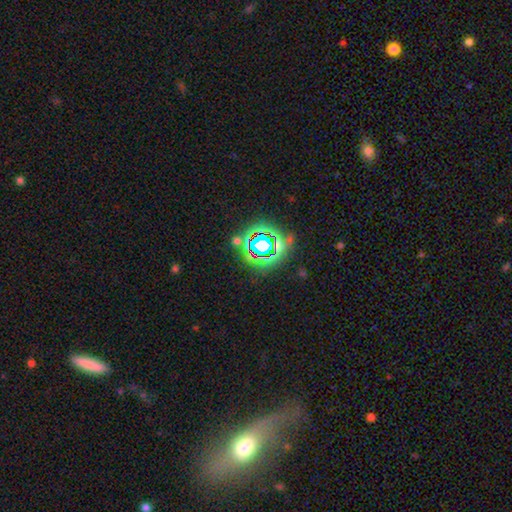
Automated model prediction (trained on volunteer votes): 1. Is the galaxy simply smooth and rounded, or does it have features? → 75% star or artifact, 14% smooth, 10% featured or disk.